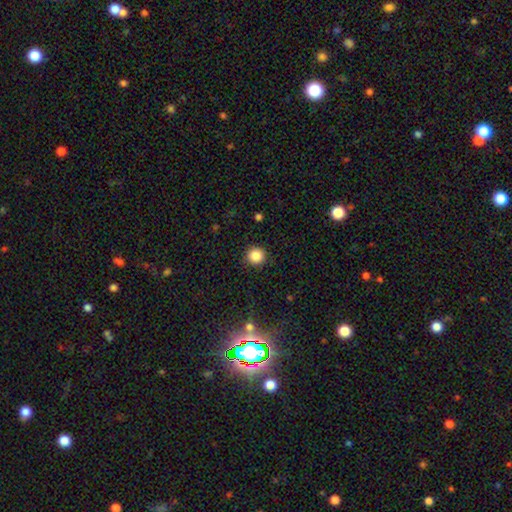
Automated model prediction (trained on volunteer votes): Smooth or featured? Predicted: smooth (p=0.85). How rounded? Predicted: round (p=0.94). Merging? Predicted: none (p=0.91).